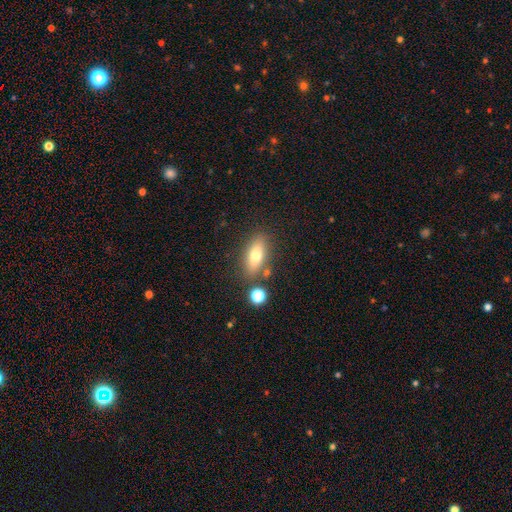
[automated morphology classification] This is likely a smooth galaxy (70%). How rounded: likely in between (74%). Merging: likely none (77%).